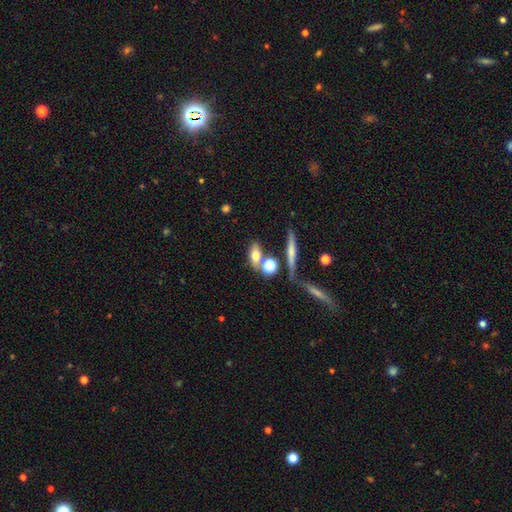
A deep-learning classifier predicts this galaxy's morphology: Overall: smooth (66%). How rounded: in between (64%). Merging: none (58%; merger 23%).